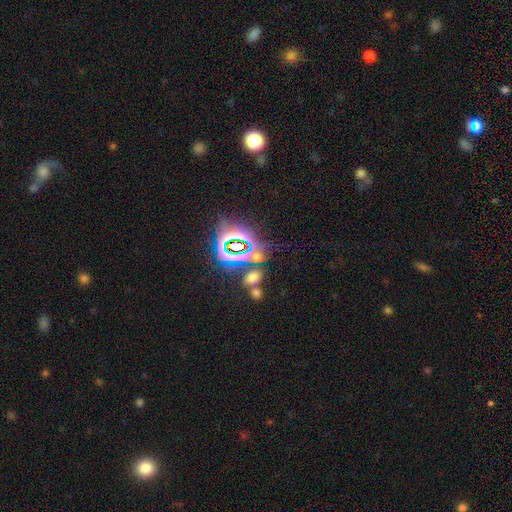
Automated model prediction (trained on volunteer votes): smooth-or-featured: star or artifact: 61% | smooth: 30% | featured or disk: 9%